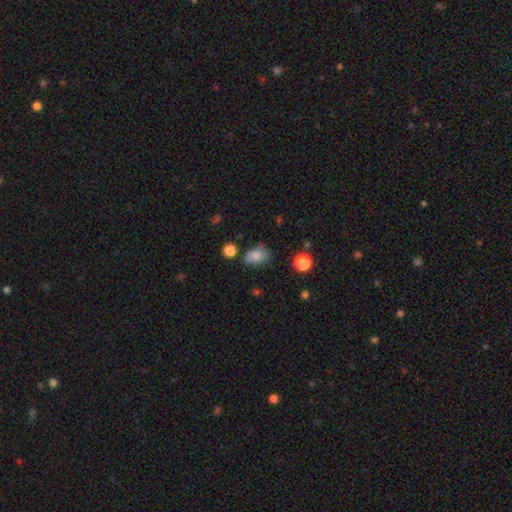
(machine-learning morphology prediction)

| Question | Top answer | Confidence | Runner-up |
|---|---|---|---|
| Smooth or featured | smooth | 82% | star or artifact (10%) |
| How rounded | in between | 79% | round (20%) |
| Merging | none | 61% | minor disturbance (27%) |